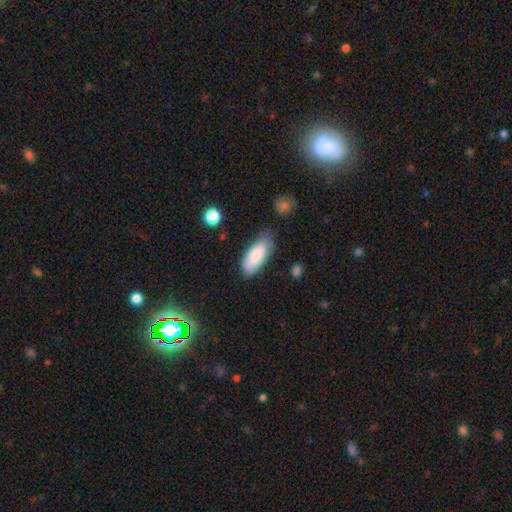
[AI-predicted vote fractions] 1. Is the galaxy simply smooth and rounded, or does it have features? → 82% smooth, 12% featured or disk, 6% star or artifact.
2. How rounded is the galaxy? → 81% in between, 17% cigar-shaped, 2% round.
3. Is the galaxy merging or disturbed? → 67% none, 25% minor disturbance, 5% major disturbance, 3% merger.